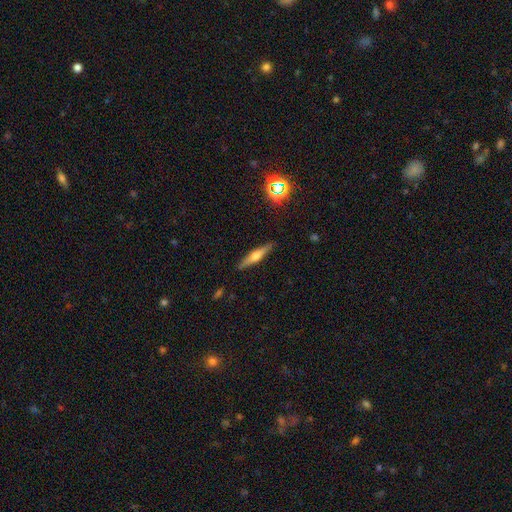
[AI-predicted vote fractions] Smooth or featured: featured or disk — 59% (smooth — 33%)
Edge-on disk: yes — 96% (no — 4%)
Edge-on bulge: rounded — 89% (boxy — 6%)
Merging: none — 90% (minor disturbance — 7%)